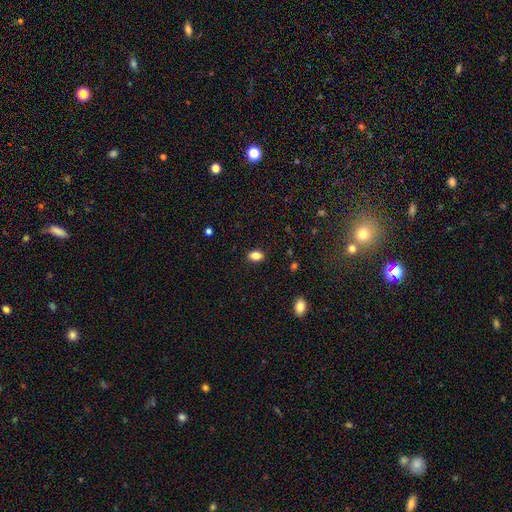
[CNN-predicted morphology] type=smooth (85%); roundness=in between (84%); merging=none (88%).